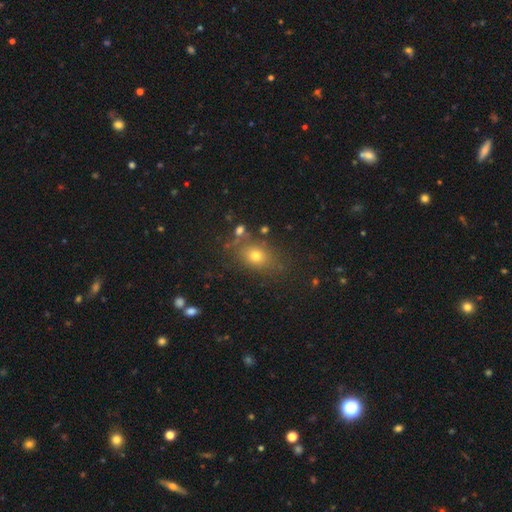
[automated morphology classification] A smooth galaxy with no disk features (70%) that is in between round and cigar-shaped (59%).

Vote fractions:
- Smooth or featured? smooth: 70% / star or artifact: 17% / featured or disk: 12%
- How rounded? in between: 59% / round: 39% / cigar-shaped: 2%
- Merging? none: 76% / minor disturbance: 13% / merger: 6% / major disturbance: 5%